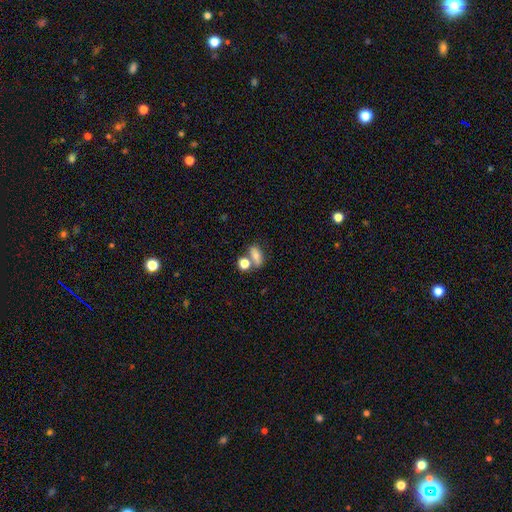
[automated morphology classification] A smooth galaxy with no disk features (74%) that is in between round and cigar-shaped (72%). Merging: none (49%).